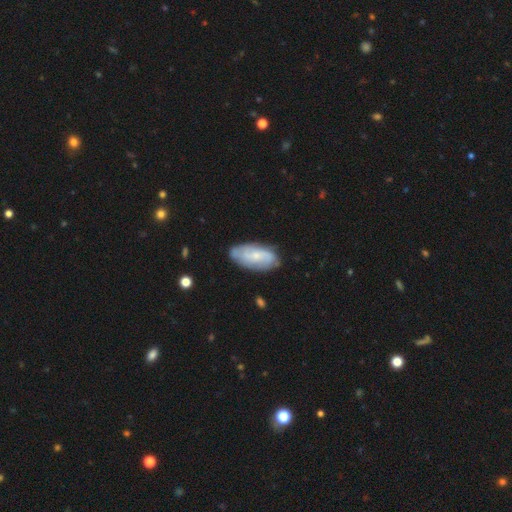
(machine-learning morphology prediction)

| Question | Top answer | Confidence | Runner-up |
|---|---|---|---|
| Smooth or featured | featured or disk | 52% | smooth (42%) |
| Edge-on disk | no | 92% | yes (8%) |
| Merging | none | 75% | minor disturbance (19%) |